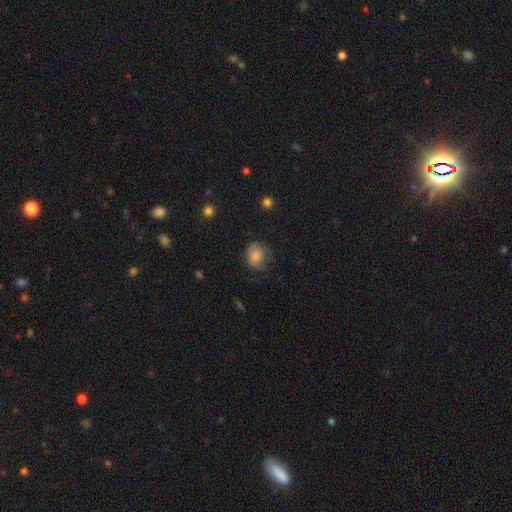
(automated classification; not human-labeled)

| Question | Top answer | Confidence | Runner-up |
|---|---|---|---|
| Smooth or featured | smooth | 76% | featured or disk (16%) |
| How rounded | round | 65% | in between (34%) |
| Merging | none | 57% | minor disturbance (28%) |